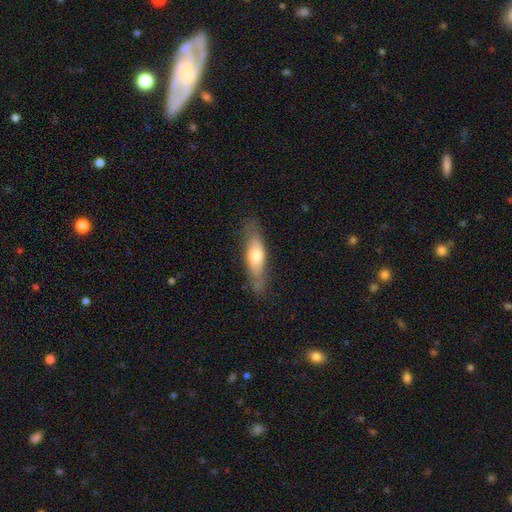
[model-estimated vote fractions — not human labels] Smooth or featured: smooth — 62% (featured or disk — 32%)
How rounded: cigar-shaped — 57% (in between — 41%)
Merging: none — 74% (minor disturbance — 19%)